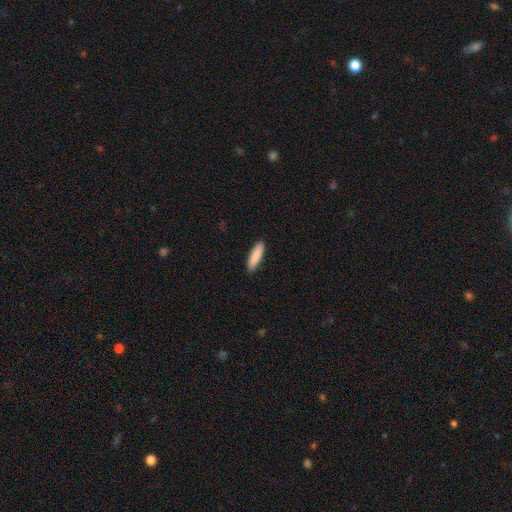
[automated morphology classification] Smooth or featured?
  - smooth: 88% *
  - featured or disk: 6%
  - star or artifact: 5%
How rounded?
  - cigar-shaped: 69% *
  - in between: 30%
  - round: 1%
Merging?
  - none: 91% *
  - minor disturbance: 7%
  - major disturbance: 1%
  - merger: 1%